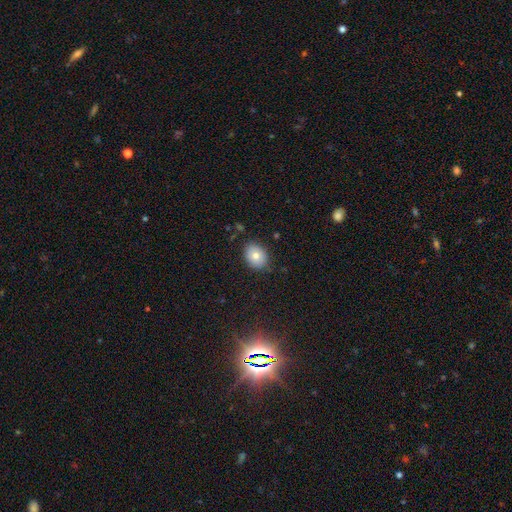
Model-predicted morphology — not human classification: Smooth or featured: smooth — 77% (featured or disk — 13%)
How rounded: in between — 60% (round — 39%)
Merging: none — 83% (minor disturbance — 13%)